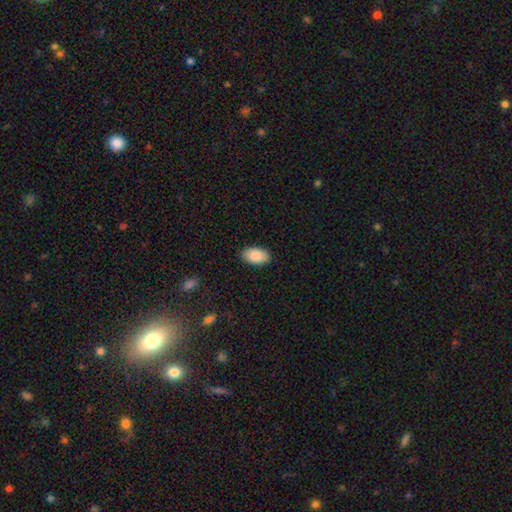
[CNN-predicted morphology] type=smooth (87%); roundness=in between (95%); merging=none (89%).